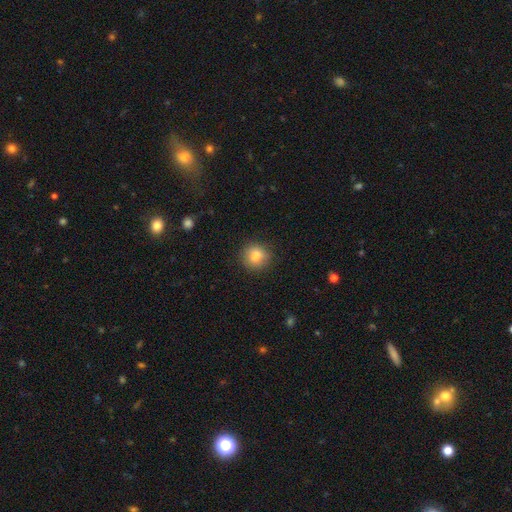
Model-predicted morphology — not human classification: Smooth or featured?
  - smooth: 84% *
  - star or artifact: 9%
  - featured or disk: 6%
How rounded?
  - round: 86% *
  - in between: 13%
  - cigar-shaped: 1%
Merging?
  - none: 87% *
  - minor disturbance: 9%
  - major disturbance: 3%
  - merger: 1%